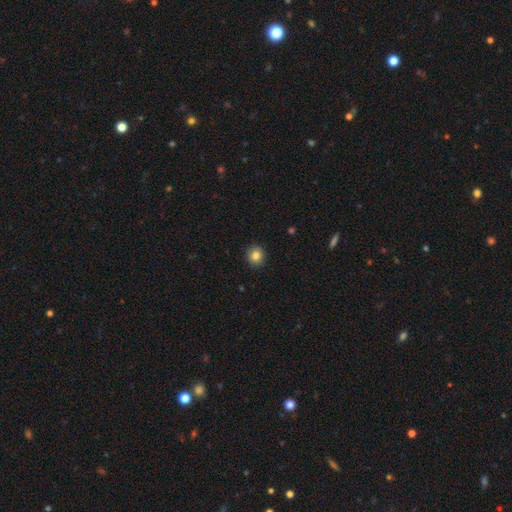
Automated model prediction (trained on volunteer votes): The model was most divided on "smooth or featured": smooth: 82%, star or artifact: 10%, featured or disk: 8%. More confident: merging — none (91%); how rounded — round (86%).